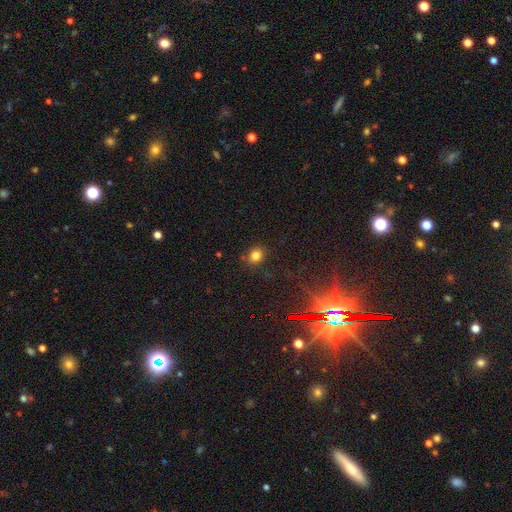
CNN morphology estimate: Smooth or featured: smooth — 78% (star or artifact — 16%)
How rounded: round — 75% (in between — 25%)
Merging: none — 83% (minor disturbance — 11%)